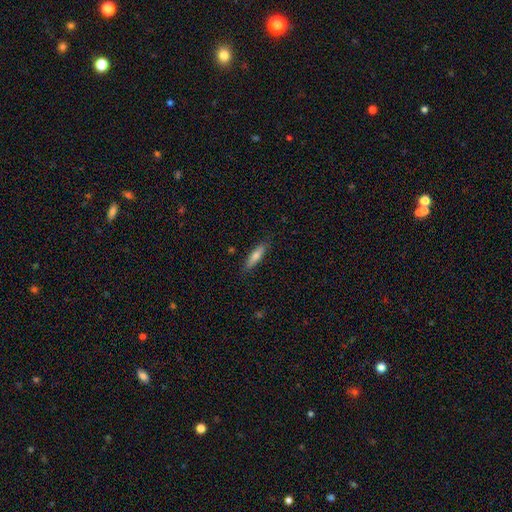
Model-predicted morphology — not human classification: Smooth or featured? Predicted: smooth (p=0.73). How rounded? Predicted: cigar-shaped (p=0.72). Merging? Predicted: none (p=0.86).